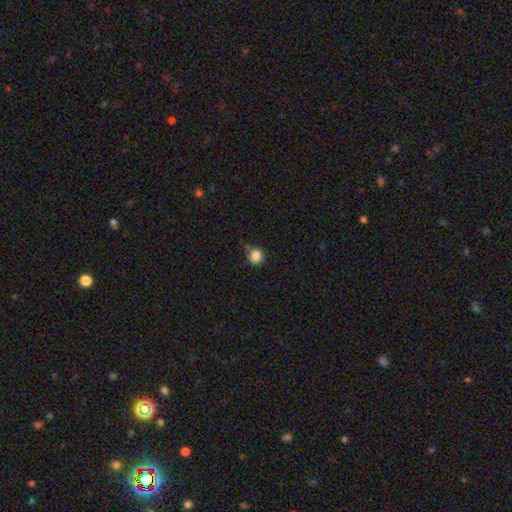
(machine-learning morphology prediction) Smooth or featured: smooth — 86% (star or artifact — 10%)
How rounded: round — 82% (in between — 17%)
Merging: none — 69% (minor disturbance — 22%)